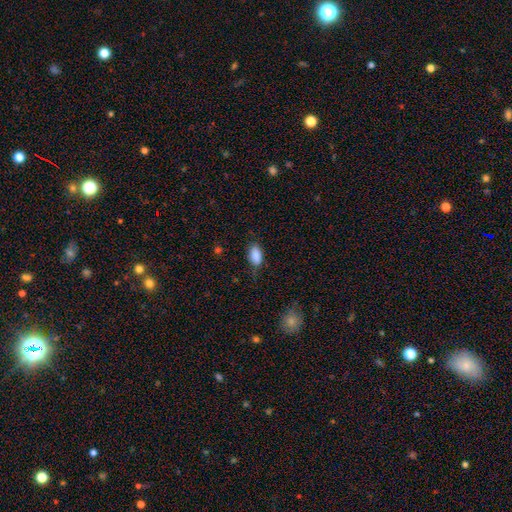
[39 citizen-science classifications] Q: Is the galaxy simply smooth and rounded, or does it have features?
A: smooth — 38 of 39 (97%).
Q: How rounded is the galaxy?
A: in between — 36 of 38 (95%).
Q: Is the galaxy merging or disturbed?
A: none — 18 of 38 (47%).